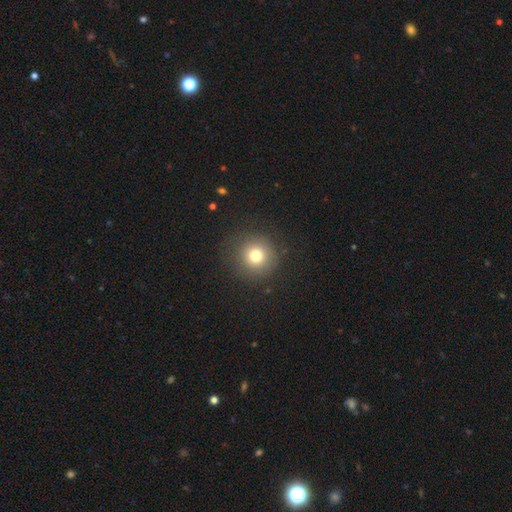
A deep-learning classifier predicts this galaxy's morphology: type=smooth (76%); roundness=round (94%); merging=none (87%).